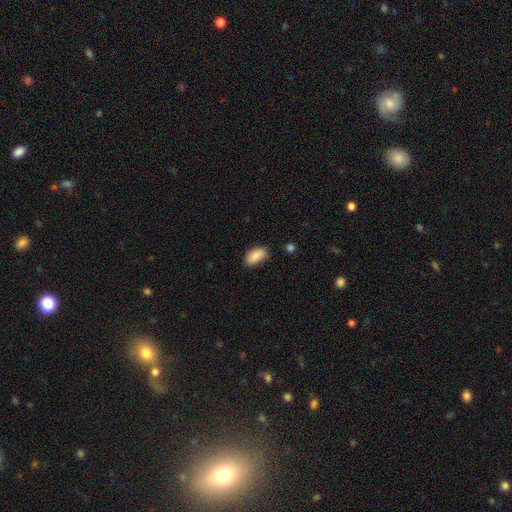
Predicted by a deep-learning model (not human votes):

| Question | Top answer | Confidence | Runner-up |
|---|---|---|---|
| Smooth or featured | smooth | 88% | star or artifact (7%) |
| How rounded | in between | 93% | round (4%) |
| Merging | none | 73% | minor disturbance (21%) |